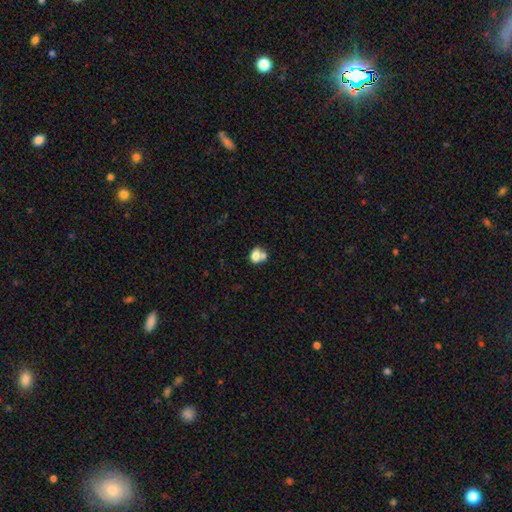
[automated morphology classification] smooth_or_featured: smooth (p=0.73) [alt: featured or disk p=0.17]
how_rounded: in between (p=0.57) [alt: round p=0.42]
merging: merger (p=0.53) [alt: none p=0.32]